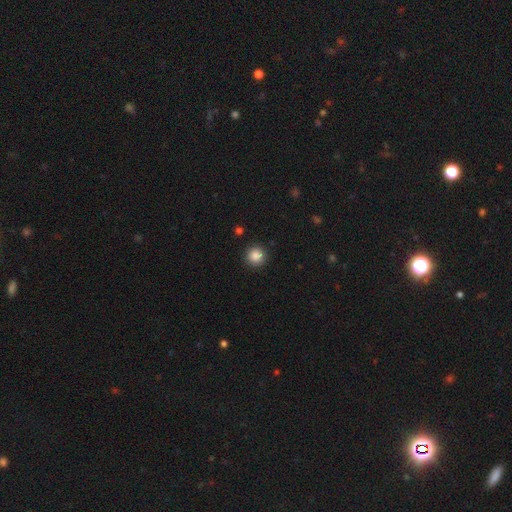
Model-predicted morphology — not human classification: smooth-or-featured: smooth: 86% | star or artifact: 10% | featured or disk: 3%
  how-rounded: round: 94% | in between: 5% | cigar-shaped: 1%
  merging: none: 90% | minor disturbance: 7% | major disturbance: 2% | merger: 1%